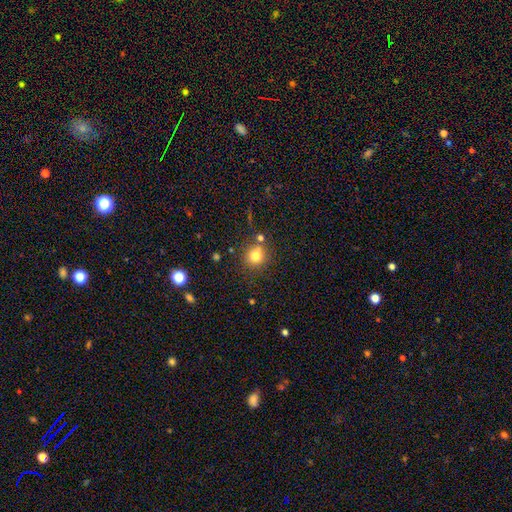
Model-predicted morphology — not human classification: A smooth galaxy with no disk features (78%) that is round (89%). Merging: none (71%).